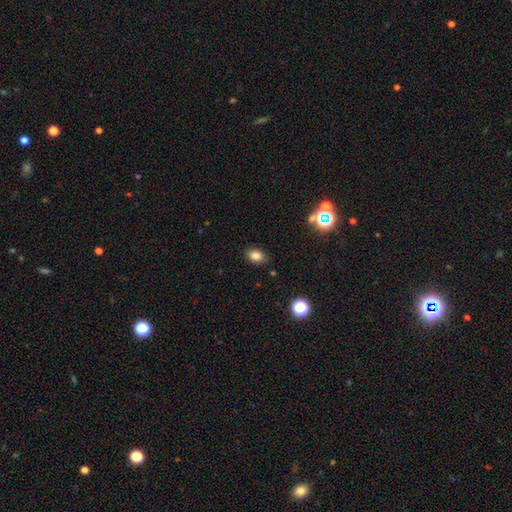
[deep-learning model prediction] Smooth or featured?
  - smooth: 81% *
  - star or artifact: 13%
  - featured or disk: 6%
How rounded?
  - in between: 80% *
  - round: 18%
  - cigar-shaped: 1%
Merging?
  - none: 86% *
  - minor disturbance: 10%
  - major disturbance: 3%
  - merger: 1%